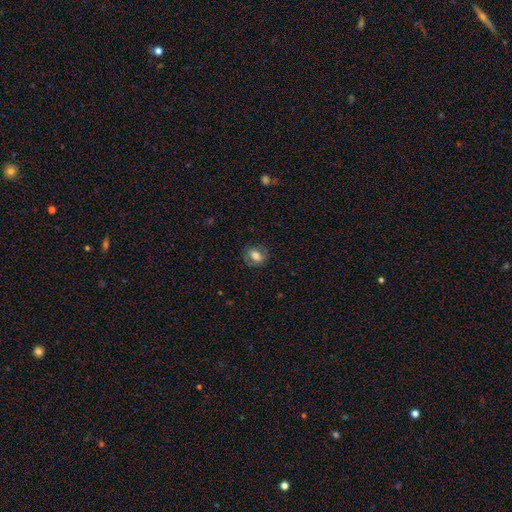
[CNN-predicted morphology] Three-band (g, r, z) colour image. It shows a smooth galaxy with no disk features (69%) that is in between round and cigar-shaped (56%). Merging: none (74%).